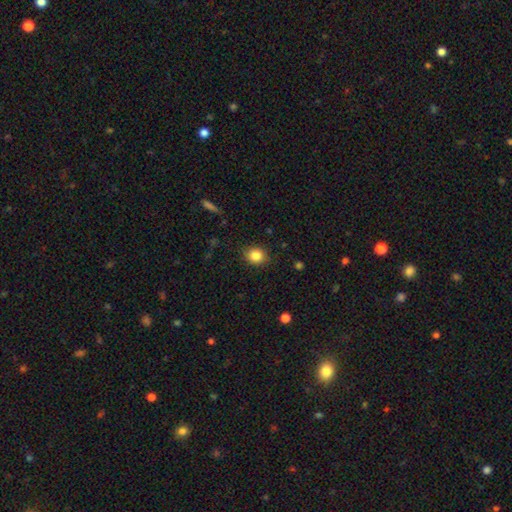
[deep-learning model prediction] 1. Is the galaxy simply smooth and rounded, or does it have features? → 84% smooth, 10% star or artifact, 5% featured or disk.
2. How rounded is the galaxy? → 75% round, 24% in between, 1% cigar-shaped.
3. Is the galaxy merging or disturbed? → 88% none, 9% minor disturbance, 2% major disturbance, 1% merger.